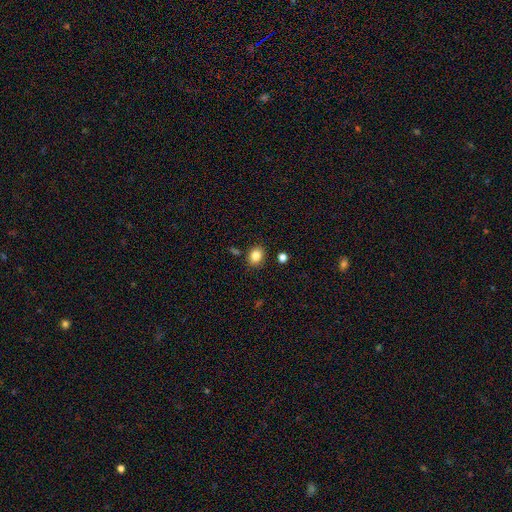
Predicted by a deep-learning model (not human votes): Overall: smooth (85%). How rounded: in between (52%; round 47%). Merging: none (84%).